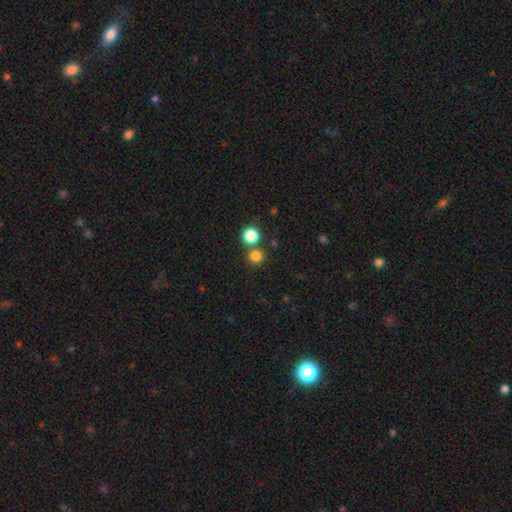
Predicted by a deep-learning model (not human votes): The model was most divided on "merging": none: 72%, merger: 19%, minor disturbance: 6%, major disturbance: 3%. More confident: how rounded — round (92%); smooth or featured — smooth (80%).